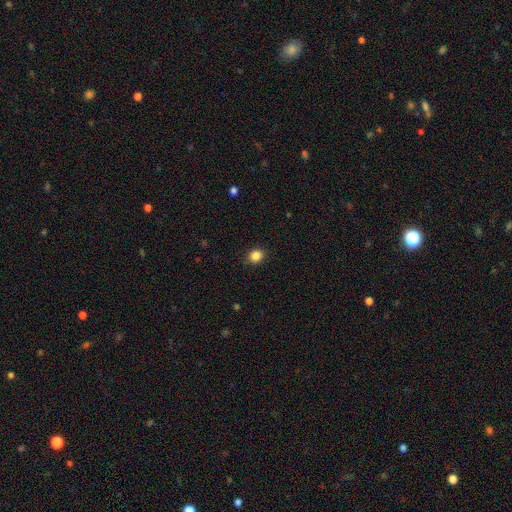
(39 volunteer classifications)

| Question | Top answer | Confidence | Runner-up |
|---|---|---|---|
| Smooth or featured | smooth | 87% | featured or disk (8%) |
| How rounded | round | 76% | in between (24%) |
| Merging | none | 89% | minor disturbance (8%) |